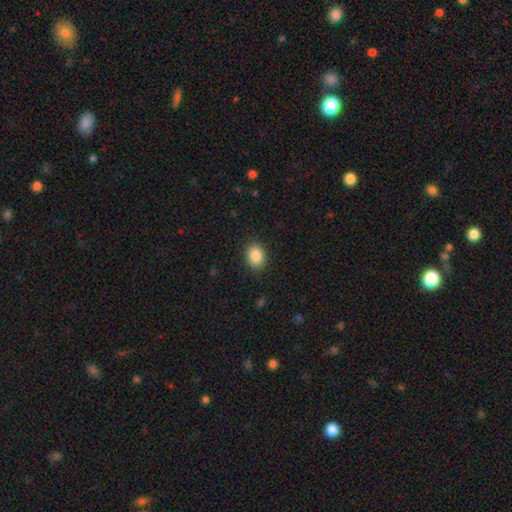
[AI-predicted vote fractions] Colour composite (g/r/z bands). It shows a smooth galaxy with no disk features (87%) that is in between round and cigar-shaped (60%). Merging: none (88%).